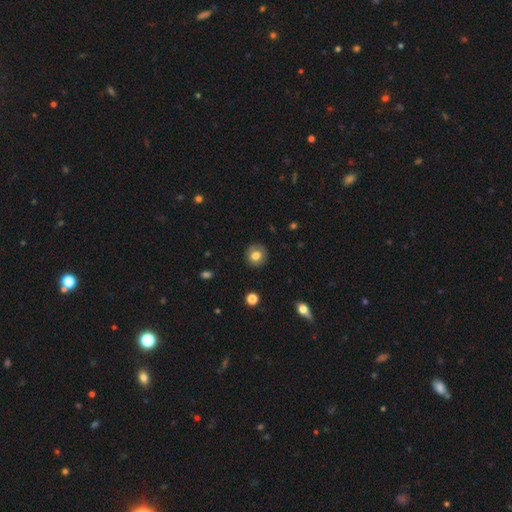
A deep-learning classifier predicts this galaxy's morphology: Smooth or featured: smooth — 77% (featured or disk — 14%)
How rounded: round — 86% (in between — 13%)
Merging: none — 86% (minor disturbance — 10%)